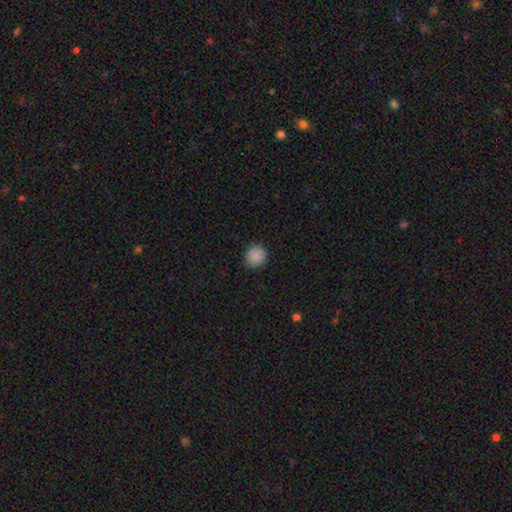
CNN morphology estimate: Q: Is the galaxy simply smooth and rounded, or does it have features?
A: smooth — 88%.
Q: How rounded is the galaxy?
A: round — 89%.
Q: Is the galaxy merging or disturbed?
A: none — 89%.